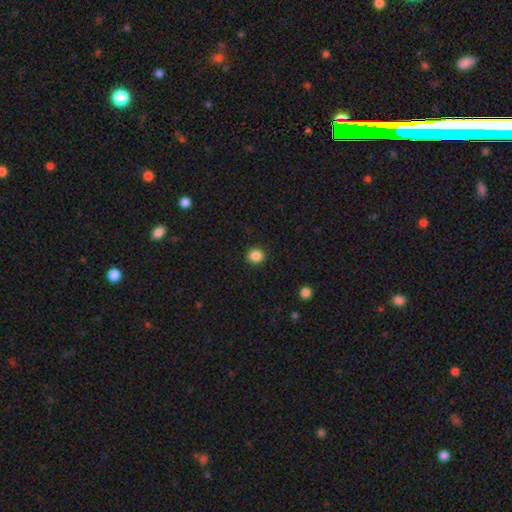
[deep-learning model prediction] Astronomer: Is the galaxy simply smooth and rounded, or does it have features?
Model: smooth — 86%.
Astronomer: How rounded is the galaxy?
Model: round — 86%.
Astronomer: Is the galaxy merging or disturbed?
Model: none — 91%.